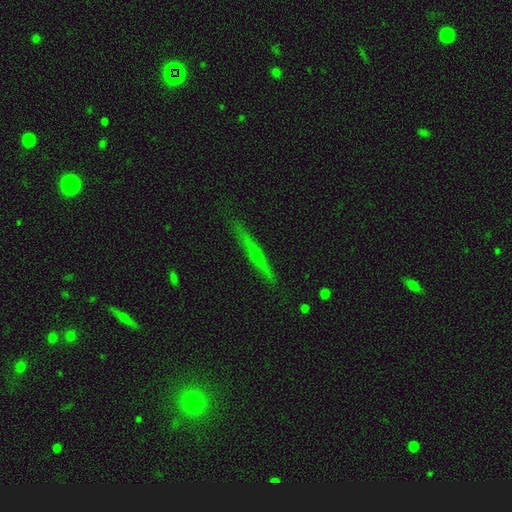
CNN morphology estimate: Smooth or featured? featured or disk (74%)
Edge-on disk? yes (97%)
Edge-on bulge? rounded (82%)
Merging? none (89%)